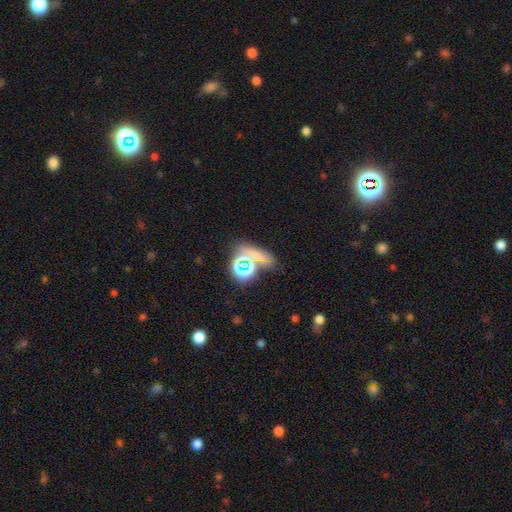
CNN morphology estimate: Smooth or featured? Predicted: star or artifact (p=0.48).